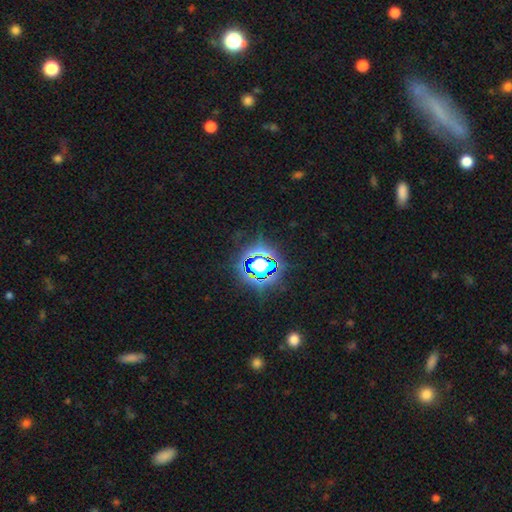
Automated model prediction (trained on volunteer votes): Overall: star or artifact (77%).